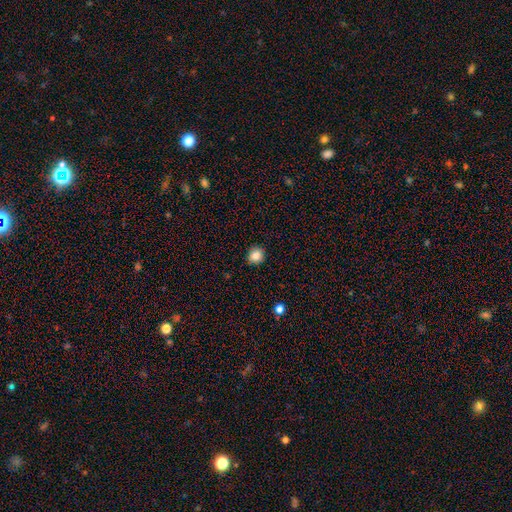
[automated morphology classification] smooth-or-featured: smooth: 85% | star or artifact: 10% | featured or disk: 5%
  how-rounded: round: 91% | in between: 9% | cigar-shaped: 1%
  merging: none: 91% | minor disturbance: 7% | major disturbance: 2% | merger: 1%